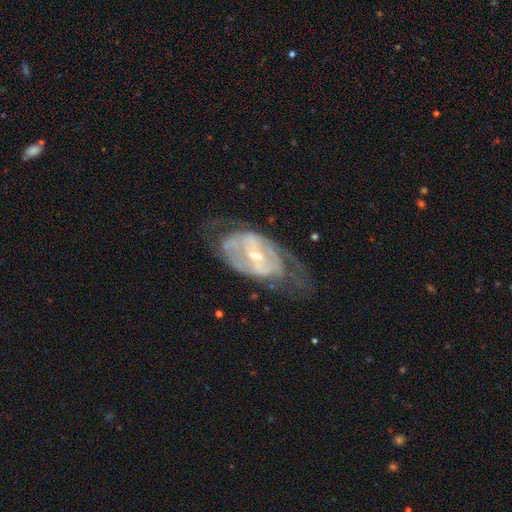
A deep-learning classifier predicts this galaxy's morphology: The model was most divided on "bar": weak: 42%, strong: 36%, no: 22%. Remaining: edge-on disk — no (93%); smooth or featured — featured or disk (83%); spiral arms — yes (78%); merging — none (56%); spiral arm count — 2 (56%); bulge size — small (52%); spiral winding — tight (45%).